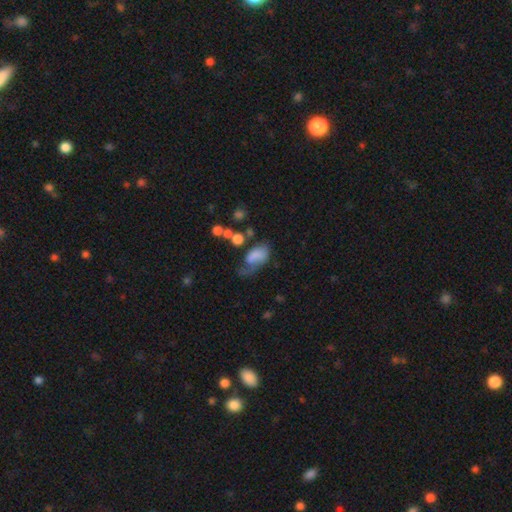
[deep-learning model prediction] Smooth or featured: smooth — 61% (featured or disk — 28%)
How rounded: in between — 88% (round — 10%)
Merging: major disturbance — 46% (minor disturbance — 23%)